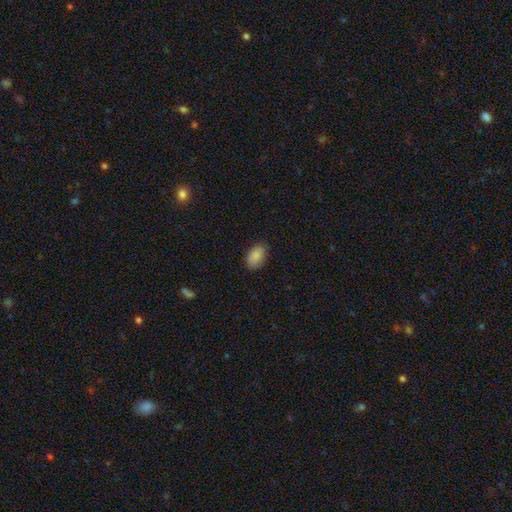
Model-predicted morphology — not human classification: Smooth or featured: smooth — 87% (star or artifact — 7%)
How rounded: in between — 91% (round — 8%)
Merging: none — 80% (minor disturbance — 16%)